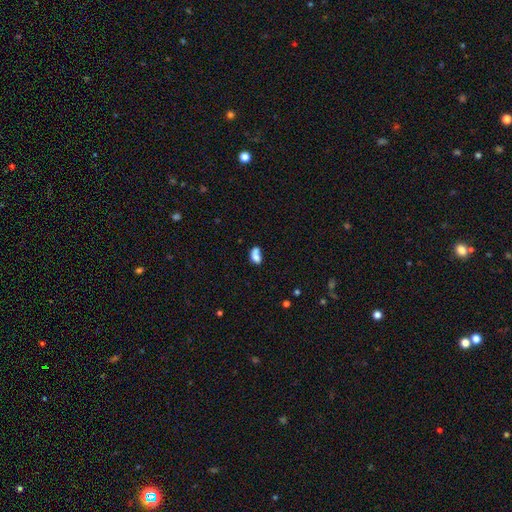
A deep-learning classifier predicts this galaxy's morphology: A smooth galaxy with no disk features (74%) that is in between round and cigar-shaped (81%). Merging: merger (46%).